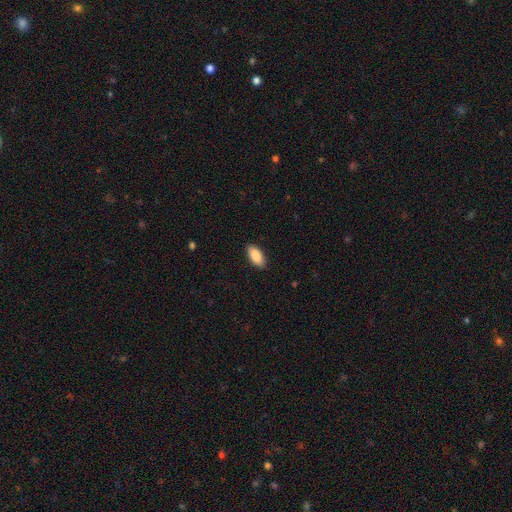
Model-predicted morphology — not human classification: smooth_or_featured: smooth (p=0.89) [alt: star or artifact p=0.06]
how_rounded: in between (p=0.91) [alt: cigar-shaped p=0.07]
merging: none (p=0.87) [alt: minor disturbance p=0.10]